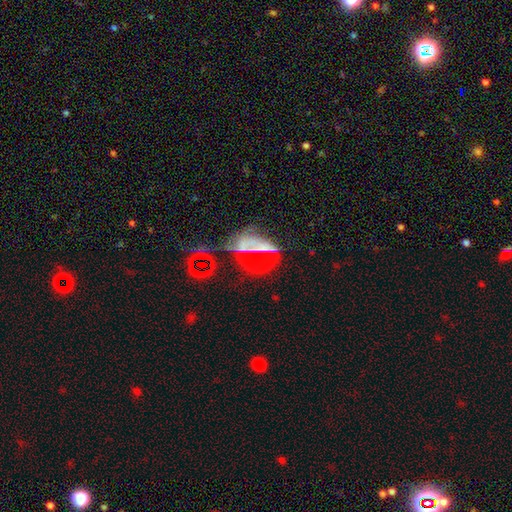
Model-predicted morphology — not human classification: star or artifact 50%, smooth 30%, featured or disk 21%.